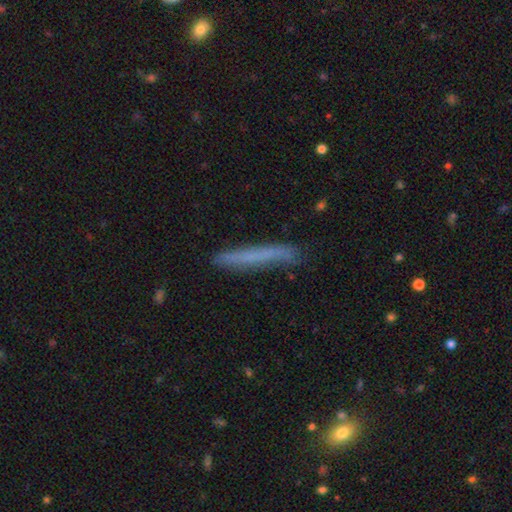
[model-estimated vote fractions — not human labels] A smooth galaxy with no disk features (59%) that is cigar-shaped (96%).

Vote fractions:
- Smooth or featured? smooth: 59% / featured or disk: 31% / star or artifact: 10%
- How rounded? cigar-shaped: 96% / in between: 3% / round: 1%
- Merging? none: 84% / minor disturbance: 12% / major disturbance: 3% / merger: 2%